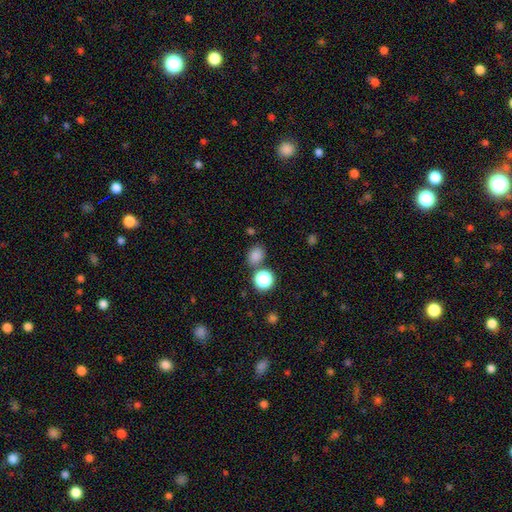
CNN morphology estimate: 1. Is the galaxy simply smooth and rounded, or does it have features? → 79% smooth, 16% star or artifact, 5% featured or disk.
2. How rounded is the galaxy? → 53% round, 46% in between, 1% cigar-shaped.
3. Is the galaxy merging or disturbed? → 74% none, 12% merger, 10% minor disturbance, 3% major disturbance.